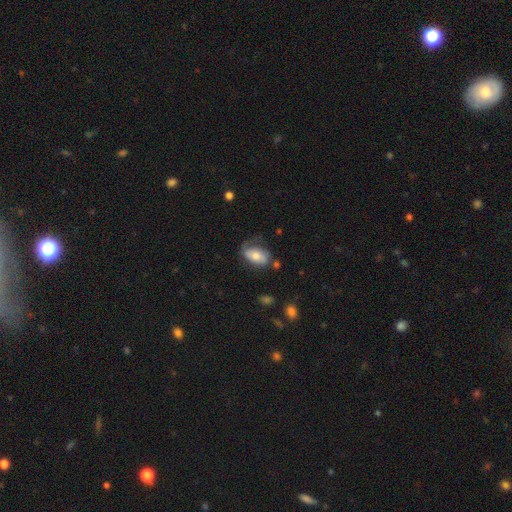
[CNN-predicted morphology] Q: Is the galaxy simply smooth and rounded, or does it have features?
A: smooth — 55%.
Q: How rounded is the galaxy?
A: in between — 90%.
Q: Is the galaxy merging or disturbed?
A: none — 42%.